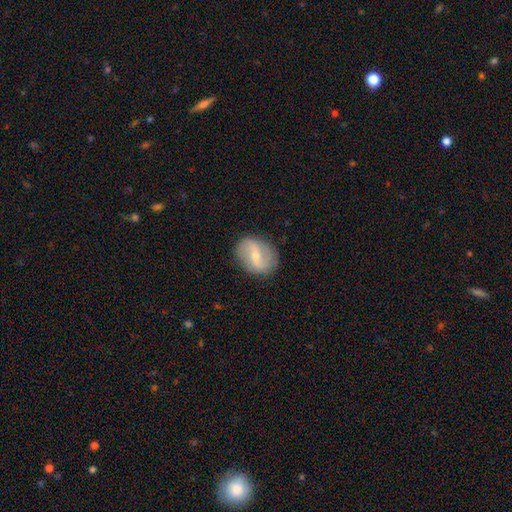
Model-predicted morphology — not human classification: Smooth or featured? featured or disk (65%)
Edge-on disk? no (96%)
Bar? weak (47%)
Spiral arms? yes (79%)
Bulge size? small (51%)
Merging? none (84%)